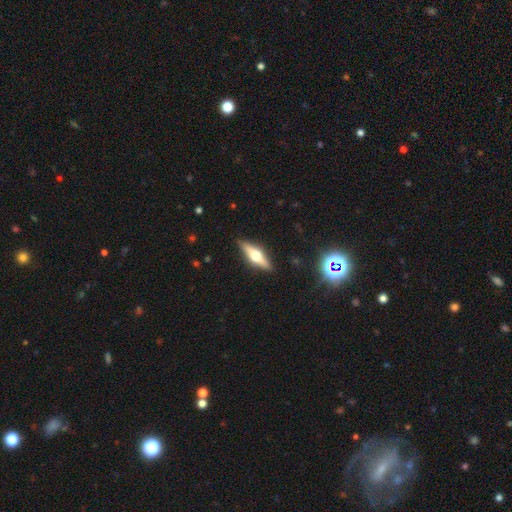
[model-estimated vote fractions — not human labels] smooth-or-featured: featured or disk: 64% | smooth: 30% | star or artifact: 7%
  disk-edge-on: yes: 95% | no: 5%
    edge-on-bulge: rounded: 95% | boxy: 3% | none: 2%
  merging: none: 89% | minor disturbance: 8% | major disturbance: 2% | merger: 1%